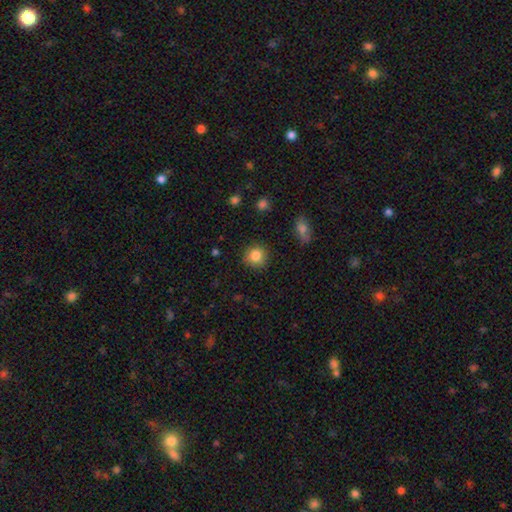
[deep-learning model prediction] smooth-or-featured: smooth: 84% | star or artifact: 9% | featured or disk: 6%
  how-rounded: round: 90% | in between: 9% | cigar-shaped: 1%
  merging: none: 88% | minor disturbance: 9% | major disturbance: 2% | merger: 2%